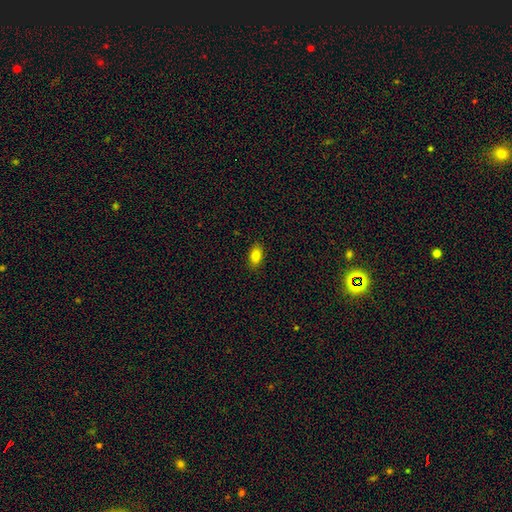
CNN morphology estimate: Smooth or featured: smooth — 82% (star or artifact — 9%)
How rounded: in between — 89% (round — 9%)
Merging: none — 88% (minor disturbance — 9%)